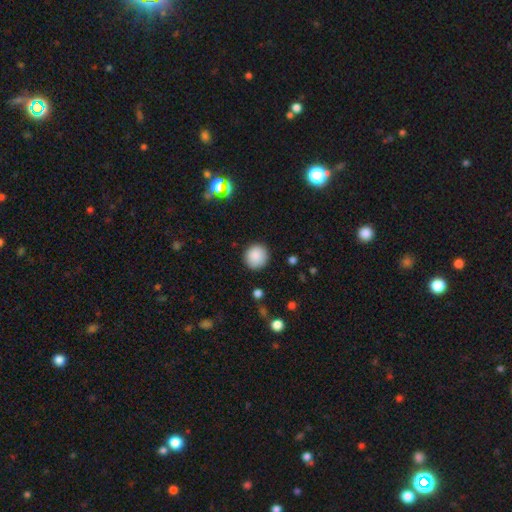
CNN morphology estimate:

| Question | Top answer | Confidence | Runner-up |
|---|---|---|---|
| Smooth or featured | smooth | 87% | star or artifact (9%) |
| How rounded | round | 92% | in between (7%) |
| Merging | none | 89% | minor disturbance (7%) |